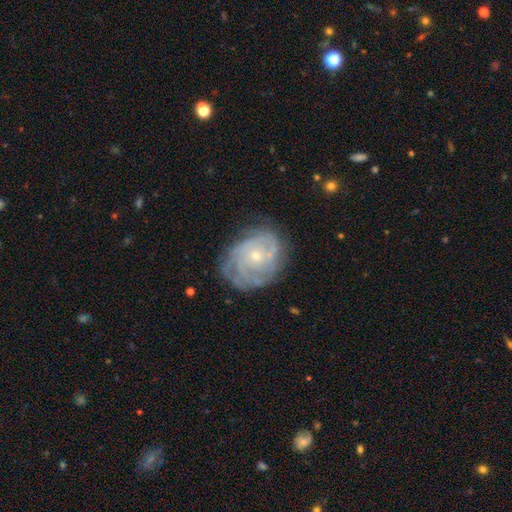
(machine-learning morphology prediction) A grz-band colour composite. It shows a featured or disk galaxy (81%) with no bar (79%), tight (71%) spiral arms (91%) and a small central bulge (67%). Merging: none (68%).